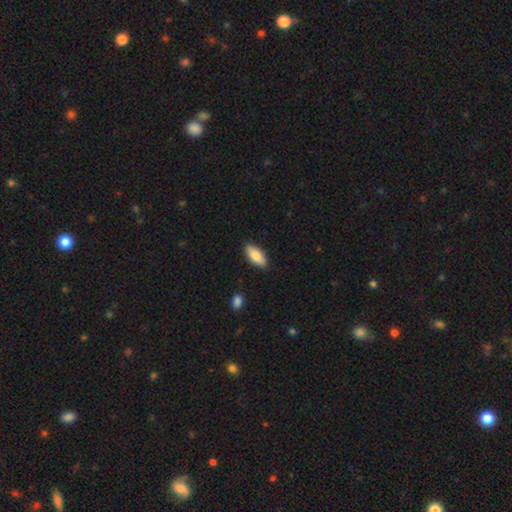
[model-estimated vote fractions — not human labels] Morphology: type=smooth (83%); roundness=in between (84%); merging=none (87%).